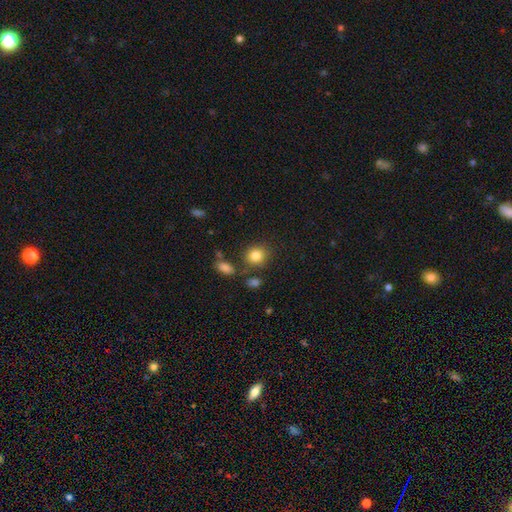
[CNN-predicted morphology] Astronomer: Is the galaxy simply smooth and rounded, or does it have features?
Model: smooth — 84%.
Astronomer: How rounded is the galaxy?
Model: round — 78%.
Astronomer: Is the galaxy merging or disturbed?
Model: none — 75%.